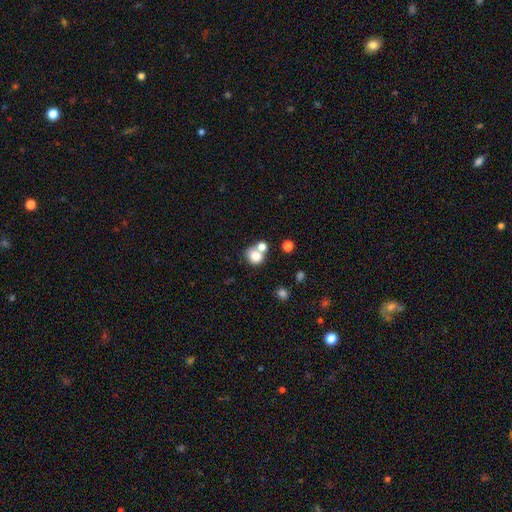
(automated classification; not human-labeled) Morphology: type=smooth (78%); roundness=round (74%); merging=merger (44%).